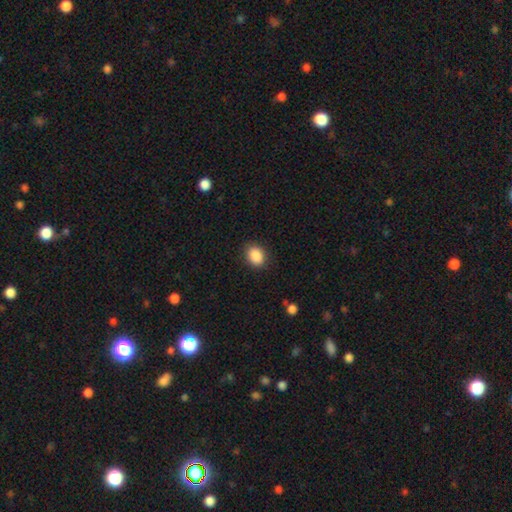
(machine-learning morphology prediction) Smooth or featured?
  - smooth: 89% *
  - star or artifact: 8%
  - featured or disk: 3%
How rounded?
  - in between: 63% *
  - round: 36%
  - cigar-shaped: 1%
Merging?
  - none: 87% *
  - minor disturbance: 9%
  - major disturbance: 3%
  - merger: 1%